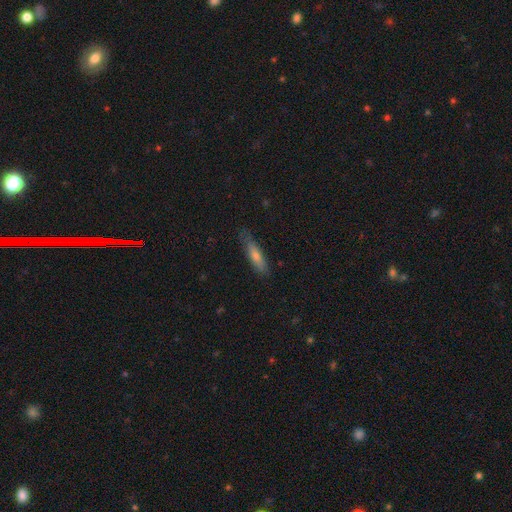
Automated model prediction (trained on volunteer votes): Smooth or featured?
  - smooth: 64% *
  - featured or disk: 29%
  - star or artifact: 7%
How rounded?
  - cigar-shaped: 75% *
  - in between: 23%
  - round: 2%
Merging?
  - none: 78% *
  - minor disturbance: 18%
  - major disturbance: 3%
  - merger: 1%